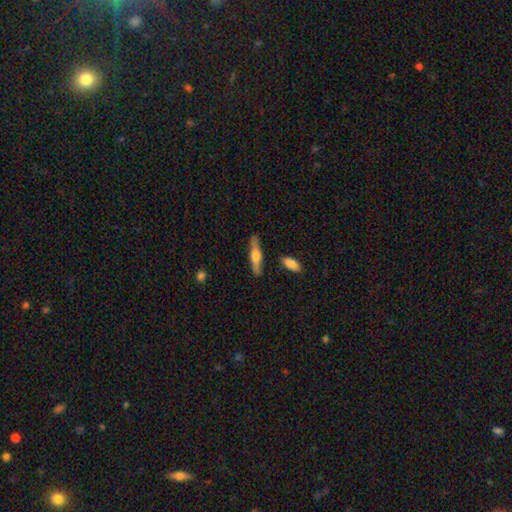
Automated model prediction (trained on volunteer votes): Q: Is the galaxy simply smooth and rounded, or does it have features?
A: featured or disk — 56%.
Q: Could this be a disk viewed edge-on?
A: yes — 94%.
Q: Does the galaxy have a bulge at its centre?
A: rounded — 90%.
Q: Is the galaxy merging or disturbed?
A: none — 85%.